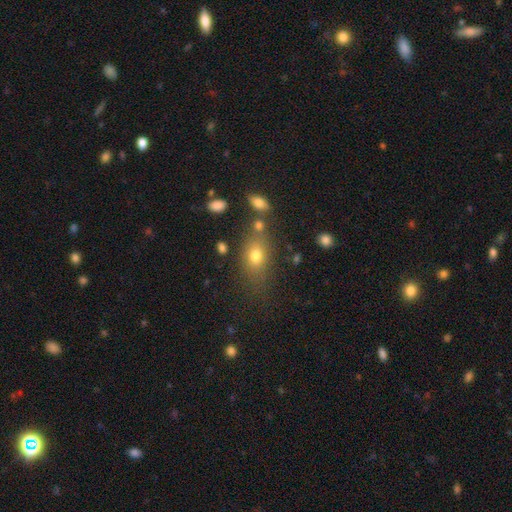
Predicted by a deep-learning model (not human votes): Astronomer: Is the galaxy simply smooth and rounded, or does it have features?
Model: smooth — 74%.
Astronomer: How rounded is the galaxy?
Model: in between — 74%.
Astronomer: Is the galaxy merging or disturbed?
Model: none — 66%.